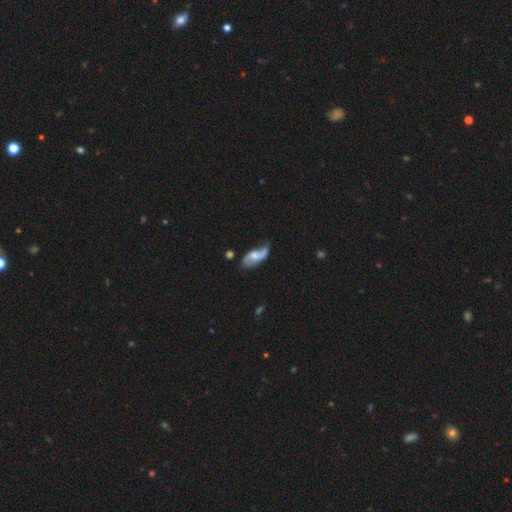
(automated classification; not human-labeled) Overall: featured or disk (73%). Edge-on disk: no (94%). Bar: no (51%; weak 39%). Spiral arms: yes (92%). Spiral arm count: 2 (87%). Spiral winding: loose (75%). Bulge size: moderate (44%; small 35%). Merging: none (55%; minor disturbance 26%).